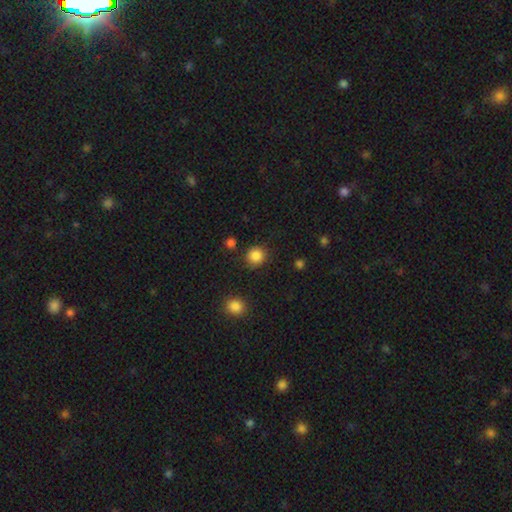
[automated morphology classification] Smooth or featured? Predicted: smooth (p=0.86). How rounded? Predicted: round (p=0.91). Merging? Predicted: none (p=0.86).